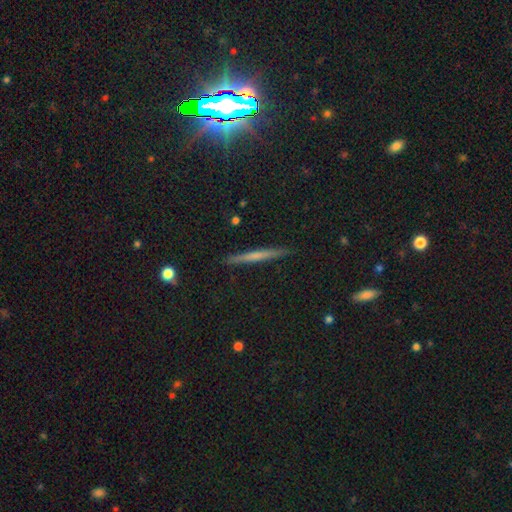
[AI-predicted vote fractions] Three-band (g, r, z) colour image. It shows a featured or disk galaxy (47%). Merging: none (91%).